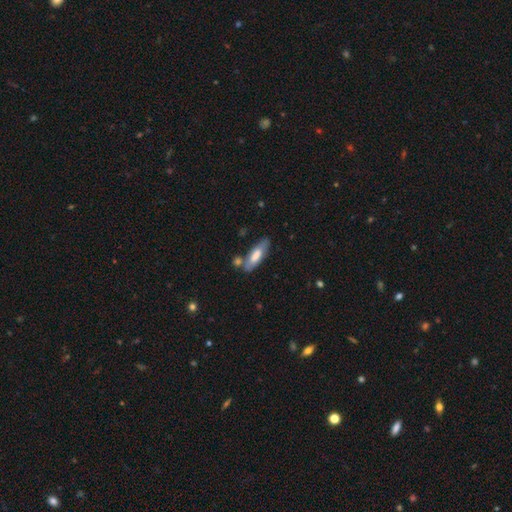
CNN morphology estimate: smooth-or-featured: smooth: 66% | featured or disk: 28% | star or artifact: 6%
  how-rounded: in between: 50% | cigar-shaped: 49% | round: 2%
  merging: none: 66% | minor disturbance: 17% | merger: 13% | major disturbance: 5%